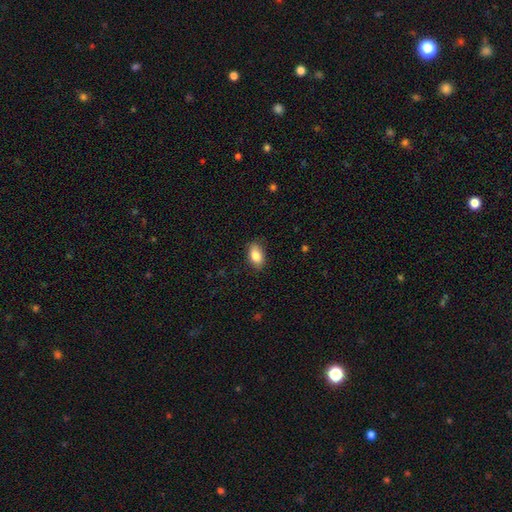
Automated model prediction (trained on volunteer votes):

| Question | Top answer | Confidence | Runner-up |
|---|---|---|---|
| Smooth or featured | smooth | 85% | featured or disk (8%) |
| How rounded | in between | 89% | round (8%) |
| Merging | none | 84% | minor disturbance (12%) |